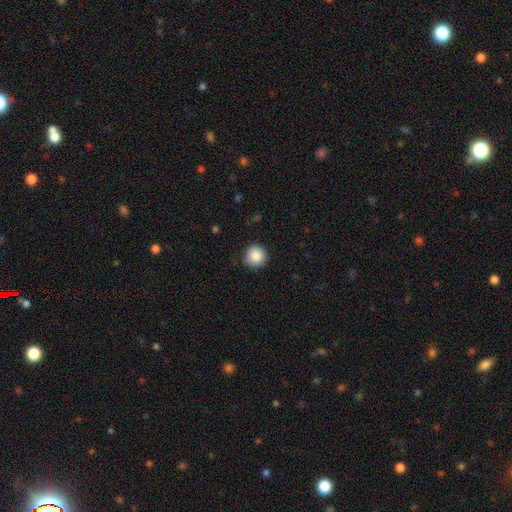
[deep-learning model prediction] Overall: smooth (87%). How rounded: round (95%). Merging: none (84%).